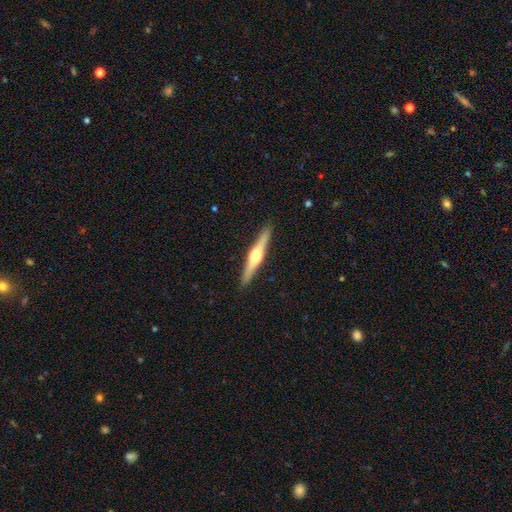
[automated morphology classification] Q: Smooth or featured?
A: featured or disk (71%); runner-up: smooth (24%)
Q: Edge-on disk?
A: yes (98%); runner-up: no (2%)
Q: Edge-on bulge?
A: rounded (91%); runner-up: boxy (6%)
Q: Merging?
A: none (91%); runner-up: minor disturbance (7%)